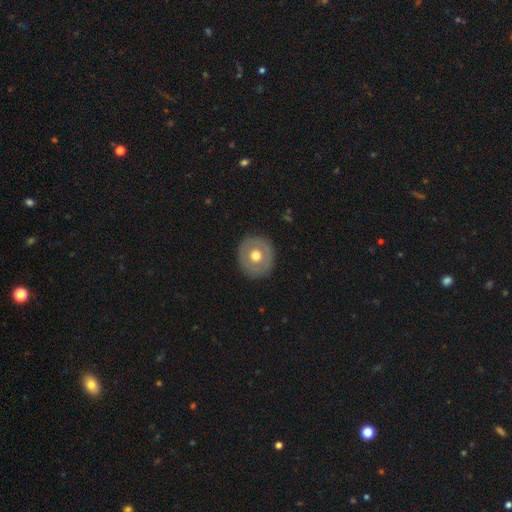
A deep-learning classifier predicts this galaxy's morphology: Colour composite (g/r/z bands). It shows a smooth galaxy with no disk features (54%) that is round (87%). Merging: none (89%).